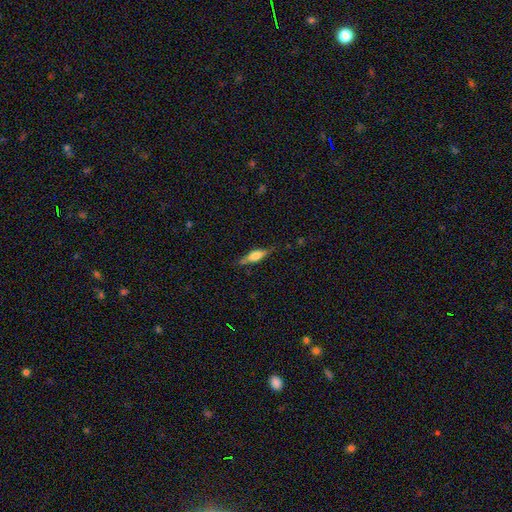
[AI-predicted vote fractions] This is possibly a featured or disk galaxy (55%). It is clearly viewed edge-on (95%). Edge-on bulge: likely rounded (75%). Merging: likely none (78%).